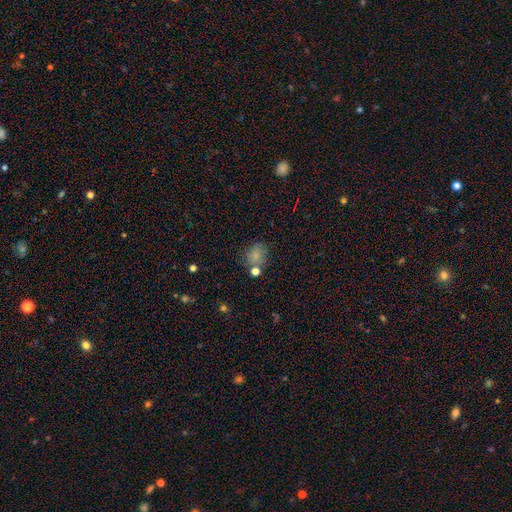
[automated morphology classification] smooth 75%, star or artifact 14%, featured or disk 11%. Down the decision tree: how rounded — round (64%); merging — none (64%).